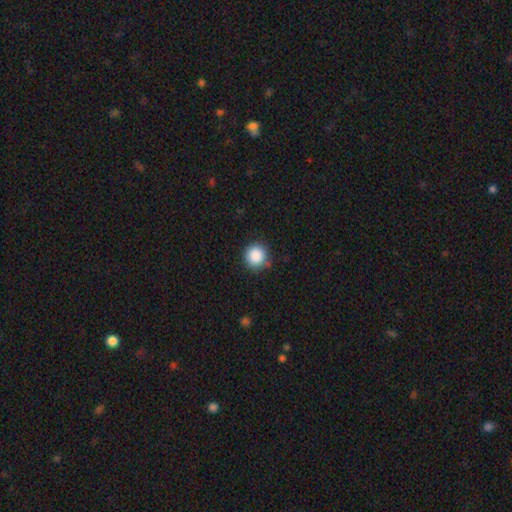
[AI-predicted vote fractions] Overall: smooth (88%). How rounded: round (94%). Merging: none (84%).